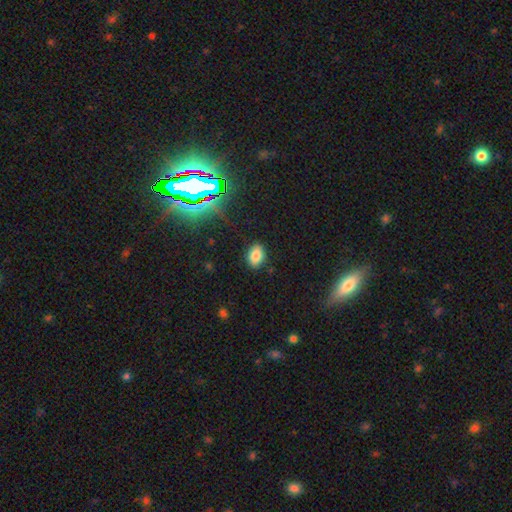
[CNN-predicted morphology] smooth 80%, star or artifact 13%, featured or disk 7%. Down the decision tree: how rounded — in between (78%); merging — none (86%).